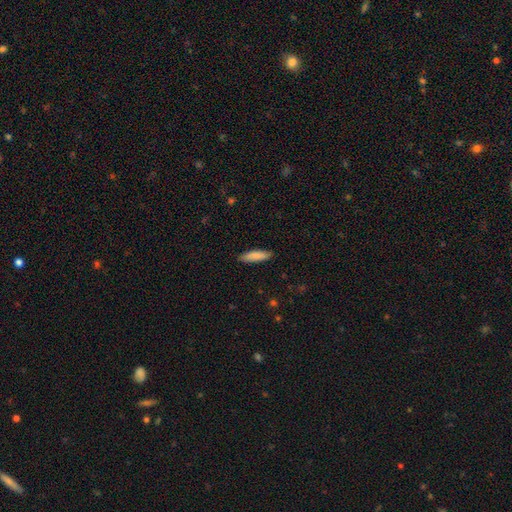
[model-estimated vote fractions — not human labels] smooth_or_featured: smooth (p=0.85) [alt: featured or disk p=0.09]
how_rounded: cigar-shaped (p=0.65) [alt: in between p=0.34]
merging: none (p=0.87) [alt: minor disturbance p=0.10]